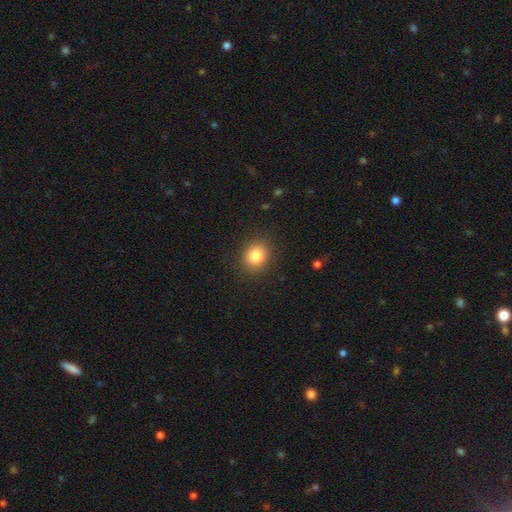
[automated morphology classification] type=smooth (83%); roundness=round (73%); merging=none (89%).